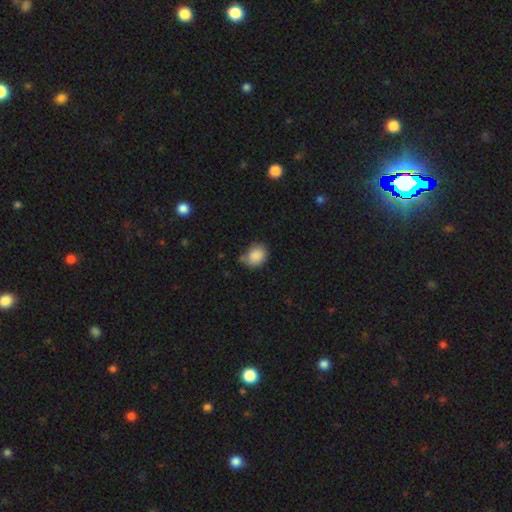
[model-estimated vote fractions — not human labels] Smooth or featured: smooth — 87% (star or artifact — 8%)
How rounded: round — 54% (in between — 45%)
Merging: none — 66% (minor disturbance — 23%)